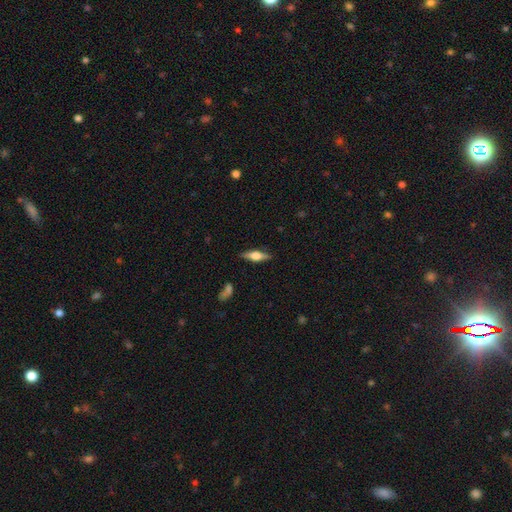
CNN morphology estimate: Smooth or featured? featured or disk (50%)
Merging? none (86%)